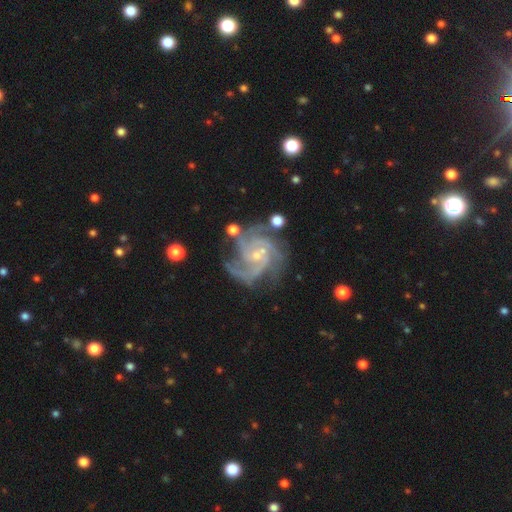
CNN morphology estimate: Smooth or featured?
  - featured or disk: 92% *
  - star or artifact: 5%
  - smooth: 3%
Edge-on disk?
  - no: 98% *
  - yes: 2%
Bar?
  - no: 59% *
  - weak: 32%
  - strong: 8%
Spiral arms?
  - yes: 98% *
  - no: 2%
Spiral winding?
  - tight: 51% *
  - medium: 43%
  - loose: 6%
Spiral arm count?
  - 3: 37% *
  - 4: 33%
  - can't tell: 9%
  - 2: 9%
  - more than 4: 7%
  - 1: 5%
Bulge size?
  - small: 77% *
  - moderate: 17%
  - none: 4%
  - large: 1%
  - dominant: 1%
Merging?
  - none: 66% *
  - minor disturbance: 19%
  - major disturbance: 11%
  - merger: 4%